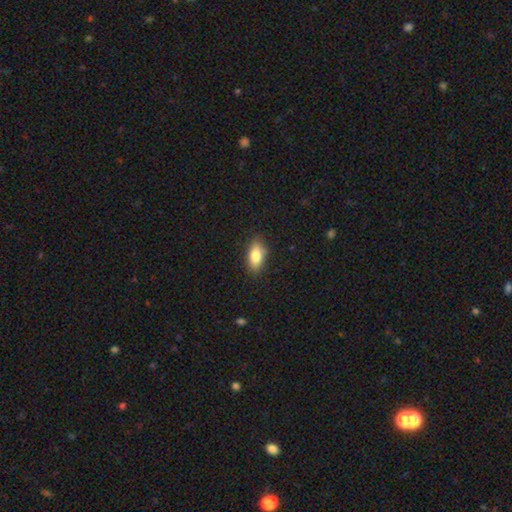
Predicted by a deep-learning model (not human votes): Smooth or featured? Predicted: smooth (p=0.81). How rounded? Predicted: in between (p=0.85). Merging? Predicted: none (p=0.83).